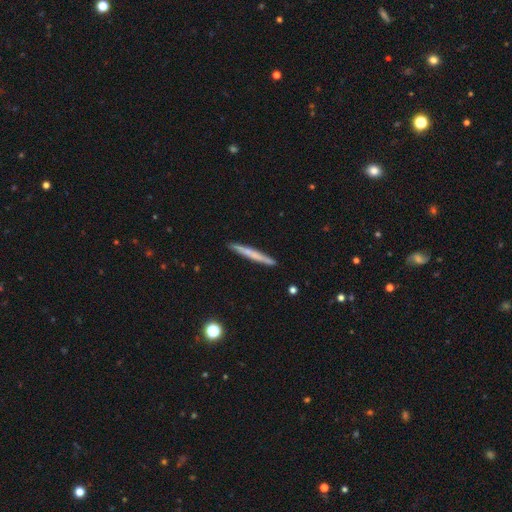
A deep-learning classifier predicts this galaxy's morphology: A smooth galaxy with no disk features (57%) that is cigar-shaped (97%). Merging: none (91%).